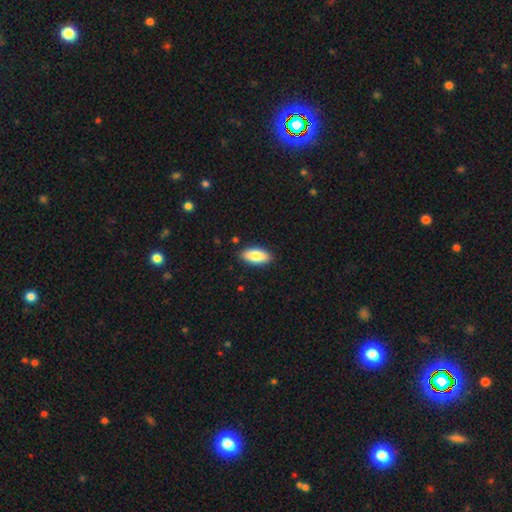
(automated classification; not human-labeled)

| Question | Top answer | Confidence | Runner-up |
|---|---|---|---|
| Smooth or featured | smooth | 85% | featured or disk (9%) |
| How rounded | in between | 88% | cigar-shaped (10%) |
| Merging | none | 88% | minor disturbance (9%) |